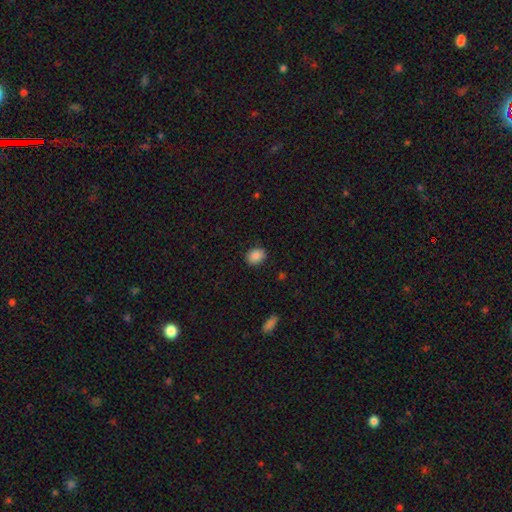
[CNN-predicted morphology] The model was most divided on "how rounded": in between: 53%, round: 46%, cigar-shaped: 1%. More confident: merging — none (87%); smooth or featured — smooth (86%).